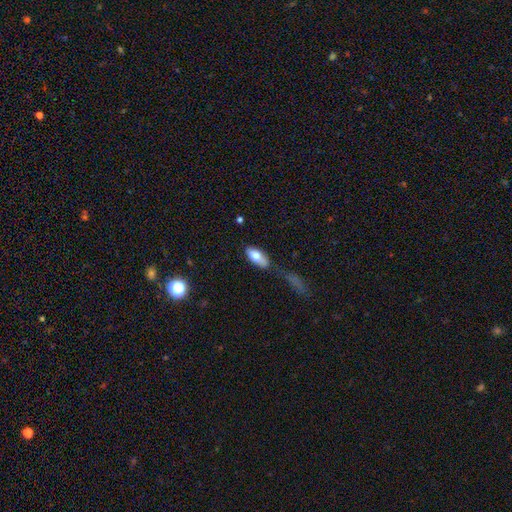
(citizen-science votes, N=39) This appears to be a smooth galaxy with no disk features (74%) that is in between round and cigar-shaped (83%). Merging: none (42%).